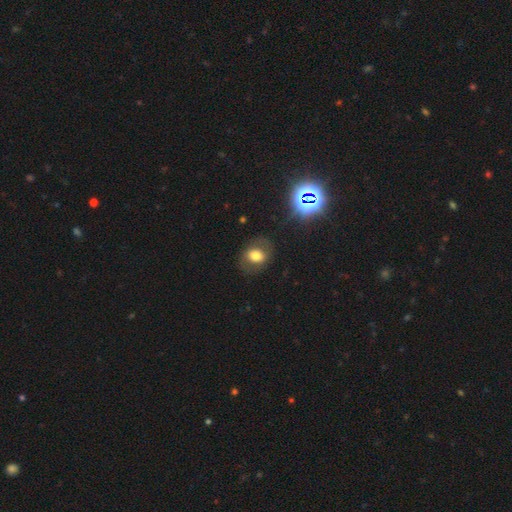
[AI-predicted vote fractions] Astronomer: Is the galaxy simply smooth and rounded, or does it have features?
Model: smooth — 64%.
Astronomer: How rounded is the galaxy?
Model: in between — 56% (runner-up: round, 43%).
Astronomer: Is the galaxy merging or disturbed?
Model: none — 77%.